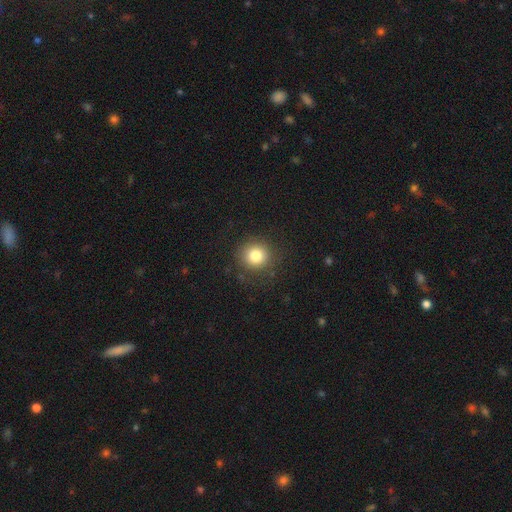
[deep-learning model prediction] A smooth galaxy with no disk features (81%) that is round (91%). Merging: none (88%).